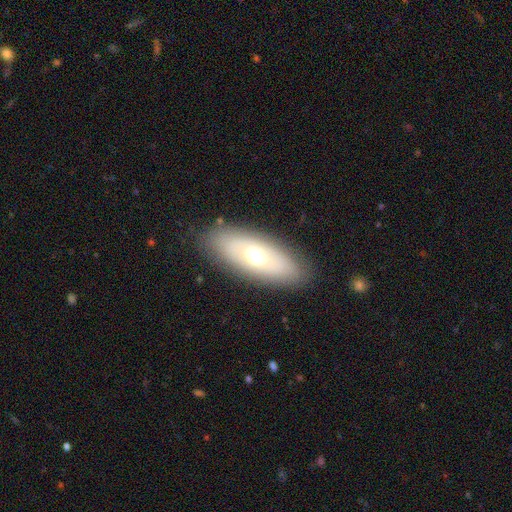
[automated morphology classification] Smooth or featured: smooth — 53% (featured or disk — 39%)
How rounded: in between — 80% (cigar-shaped — 16%)
Merging: none — 85% (minor disturbance — 10%)